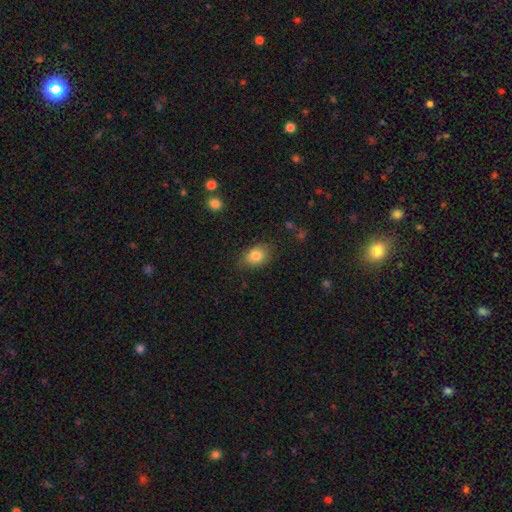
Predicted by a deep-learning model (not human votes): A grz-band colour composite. It shows a smooth galaxy with no disk features (82%) that is in between round and cigar-shaped (67%). Merging: none (79%).